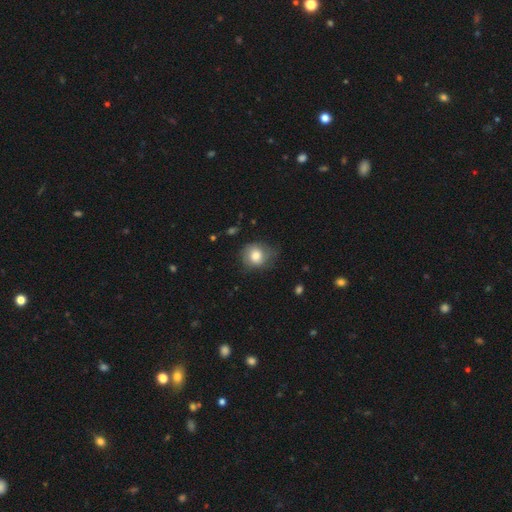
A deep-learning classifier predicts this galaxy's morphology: A smooth galaxy with no disk features (77%) that is round (73%). Merging: none (59%).